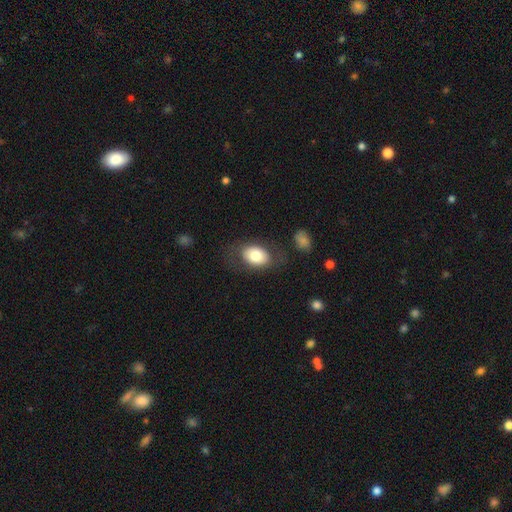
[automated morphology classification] This is likely a smooth galaxy (77%). How rounded: clearly in between (83%). Merging: likely none (74%).